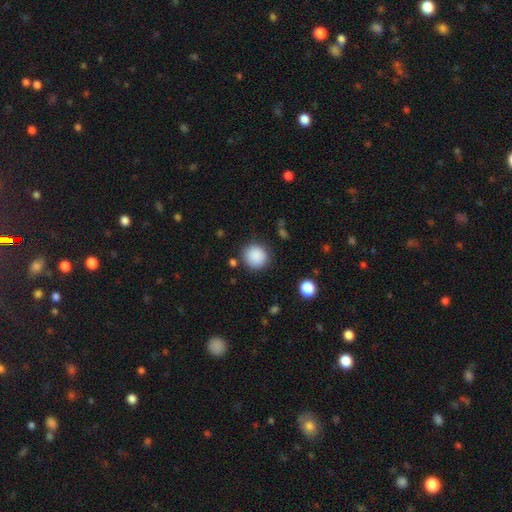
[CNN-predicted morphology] type=smooth (88%); roundness=round (92%); merging=none (86%).